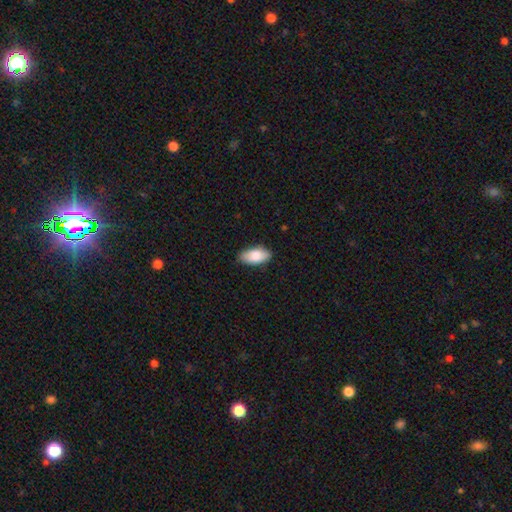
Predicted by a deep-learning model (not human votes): Smooth or featured?
  - smooth: 84% *
  - featured or disk: 10%
  - star or artifact: 6%
How rounded?
  - in between: 93% *
  - cigar-shaped: 5%
  - round: 2%
Merging?
  - none: 85% *
  - minor disturbance: 12%
  - major disturbance: 2%
  - merger: 1%